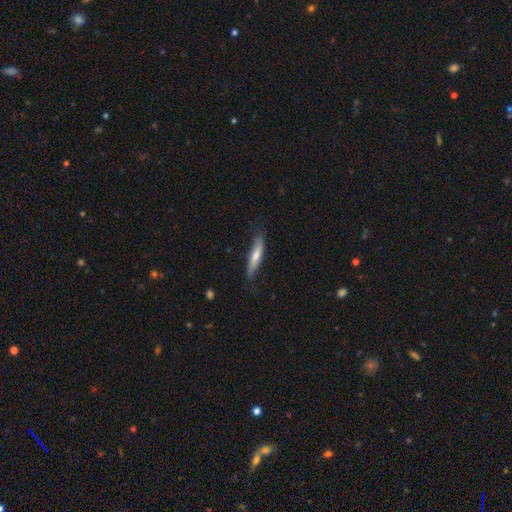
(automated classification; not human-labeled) Q: Smooth or featured?
A: smooth (61%); runner-up: featured or disk (33%)
Q: How rounded?
A: cigar-shaped (83%); runner-up: in between (15%)
Q: Merging?
A: none (72%); runner-up: minor disturbance (23%)